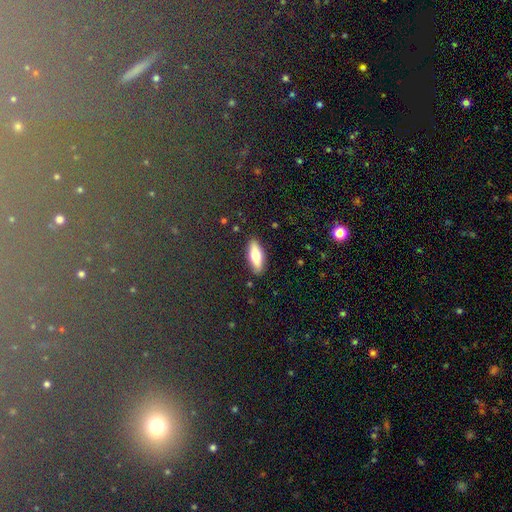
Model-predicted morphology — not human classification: Smooth or featured? Predicted: smooth (p=0.68). How rounded? Predicted: in between (p=0.56). Merging? Predicted: none (p=0.88).